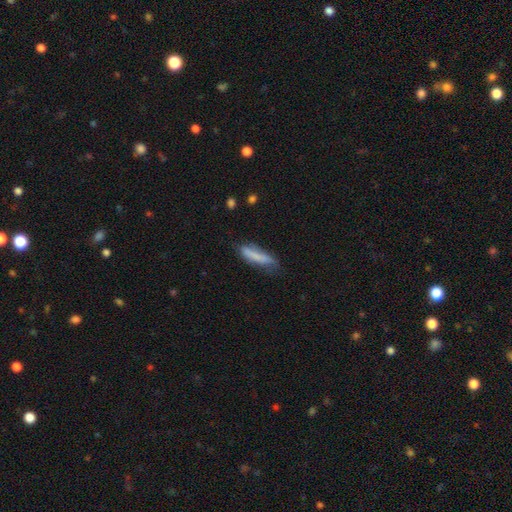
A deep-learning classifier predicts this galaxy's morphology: Smooth or featured: smooth — 72% (featured or disk — 21%)
How rounded: cigar-shaped — 79% (in between — 19%)
Merging: none — 56% (minor disturbance — 30%)